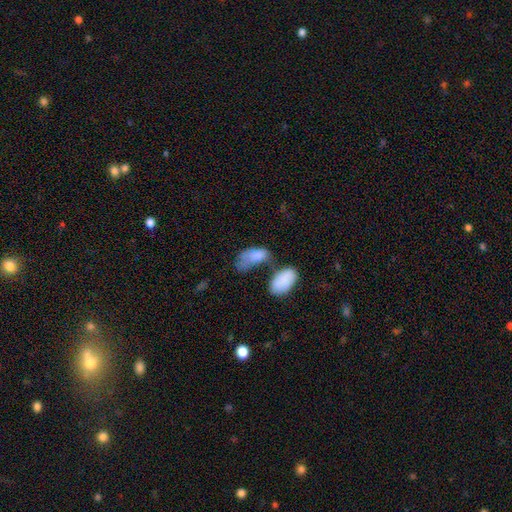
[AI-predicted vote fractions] A smooth galaxy with no disk features (77%) that is in between round and cigar-shaped (91%). Merging: major disturbance (31%, tied with merger).